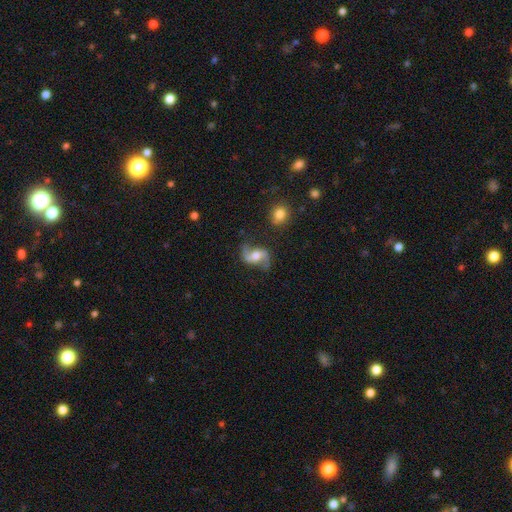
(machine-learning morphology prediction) featured or disk 83%, smooth 11%, star or artifact 6%. Down the decision tree: edge-on disk — no (97%); bar — no (45%); spiral arms — yes (95%); spiral arm count — 2 (93%); spiral winding — loose (74%); bulge size — moderate (66%); merging — none (74%).